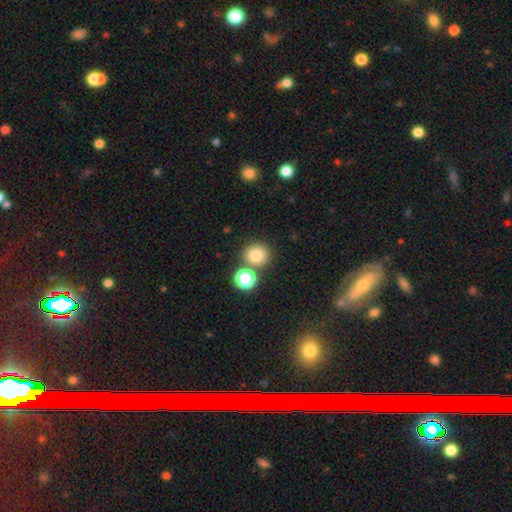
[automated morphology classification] Smooth or featured? Predicted: smooth (p=0.80). How rounded? Predicted: round (p=0.87). Merging? Predicted: none (p=0.70).